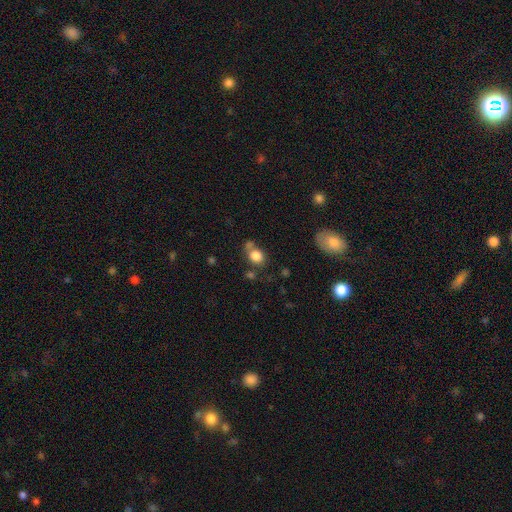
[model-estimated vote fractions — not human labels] Smooth or featured: smooth — 83% (star or artifact — 10%)
How rounded: round — 60% (in between — 39%)
Merging: none — 53% (merger — 21%)